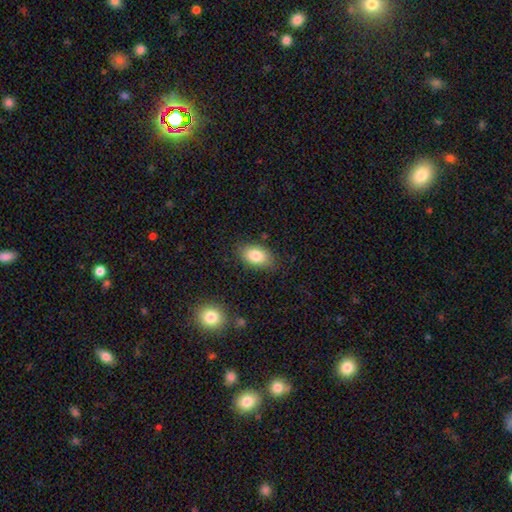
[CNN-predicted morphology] A smooth galaxy with no disk features (83%) that is in between round and cigar-shaped (90%). Merging: none (81%).